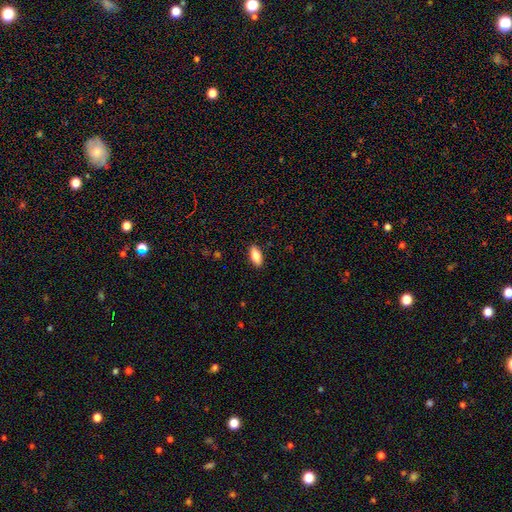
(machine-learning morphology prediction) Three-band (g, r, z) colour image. It shows a smooth galaxy with no disk features (82%) that is in between round and cigar-shaped (86%). Merging: none (90%).